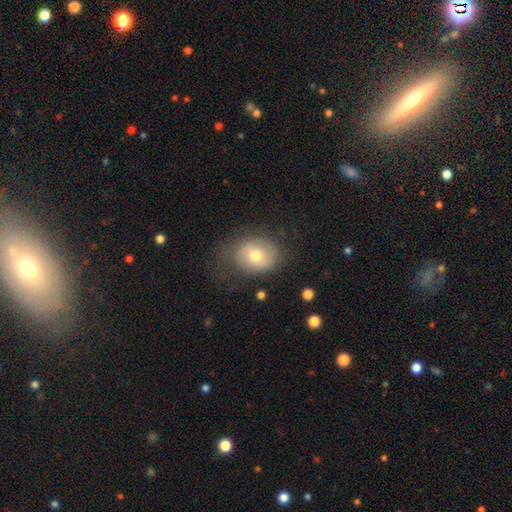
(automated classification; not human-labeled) smooth_or_featured: smooth (p=0.68) [alt: featured or disk p=0.22]
how_rounded: round (p=0.51) [alt: in between p=0.49]
merging: none (p=0.61) [alt: minor disturbance p=0.23]